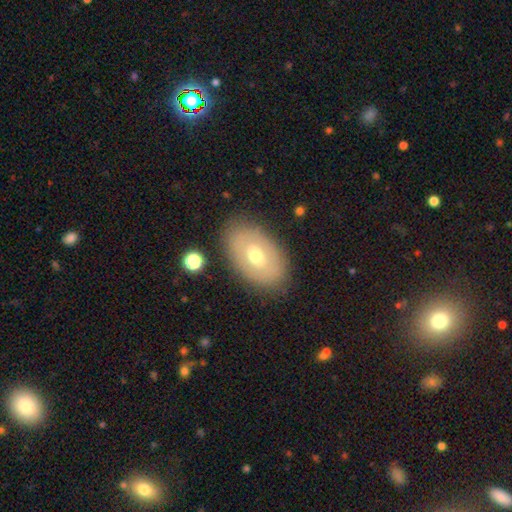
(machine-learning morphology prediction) Smooth or featured: smooth — 52% (featured or disk — 40%)
How rounded: in between — 89% (round — 10%)
Merging: none — 82% (minor disturbance — 12%)